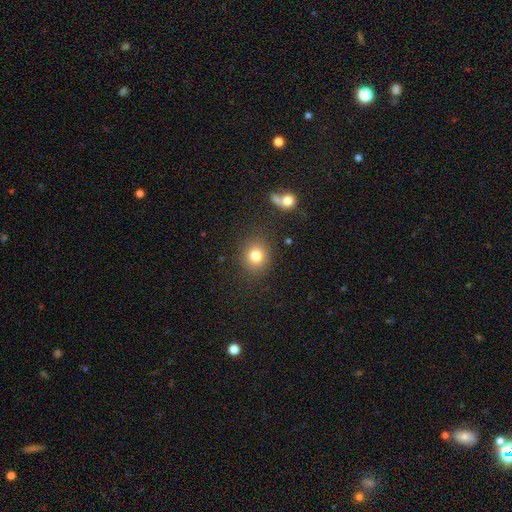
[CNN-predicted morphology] Smooth or featured?
  - smooth: 80% *
  - star or artifact: 12%
  - featured or disk: 8%
How rounded?
  - round: 80% *
  - in between: 20%
  - cigar-shaped: 1%
Merging?
  - none: 84% *
  - minor disturbance: 9%
  - major disturbance: 4%
  - merger: 3%